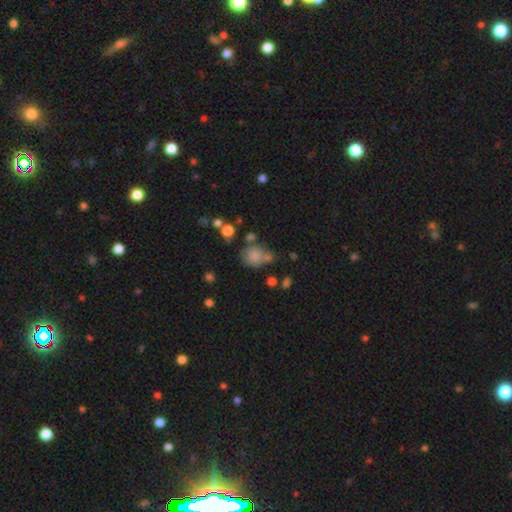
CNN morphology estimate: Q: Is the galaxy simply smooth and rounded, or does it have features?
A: smooth — 77%.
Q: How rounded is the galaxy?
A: round — 66%.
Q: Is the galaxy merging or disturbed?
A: none — 45%.